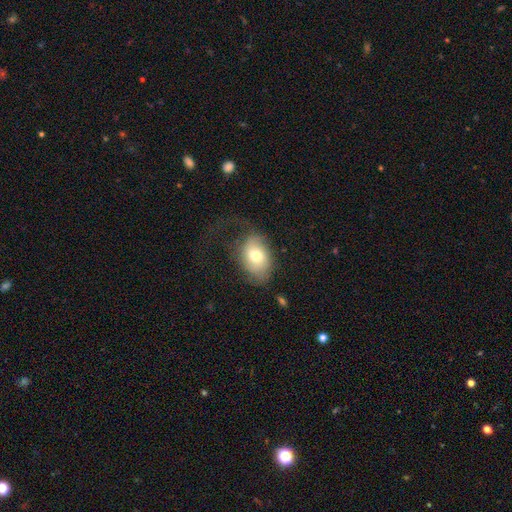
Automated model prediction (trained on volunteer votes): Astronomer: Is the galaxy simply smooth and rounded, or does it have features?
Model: smooth — 71%.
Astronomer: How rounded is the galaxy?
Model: in between — 77%.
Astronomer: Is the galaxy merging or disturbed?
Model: none — 45% (runner-up: major disturbance, 27%).